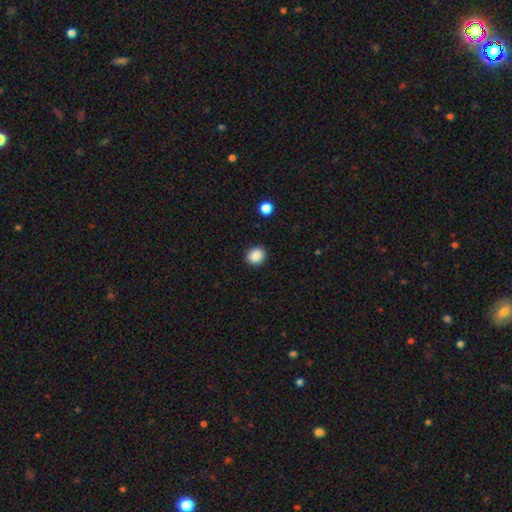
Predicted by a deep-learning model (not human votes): smooth_or_featured: smooth (p=0.88) [alt: star or artifact p=0.09]
how_rounded: round (p=0.75) [alt: in between p=0.24]
merging: none (p=0.90) [alt: minor disturbance p=0.06]